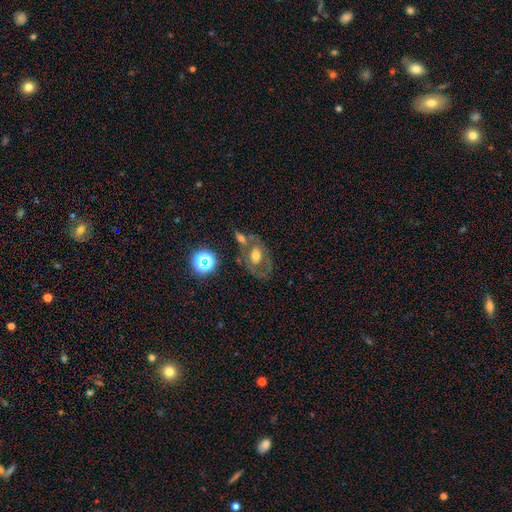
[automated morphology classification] Q: Smooth or featured?
A: featured or disk (45%); runner-up: smooth (42%)
Q: Merging?
A: none (46%); runner-up: merger (24%)